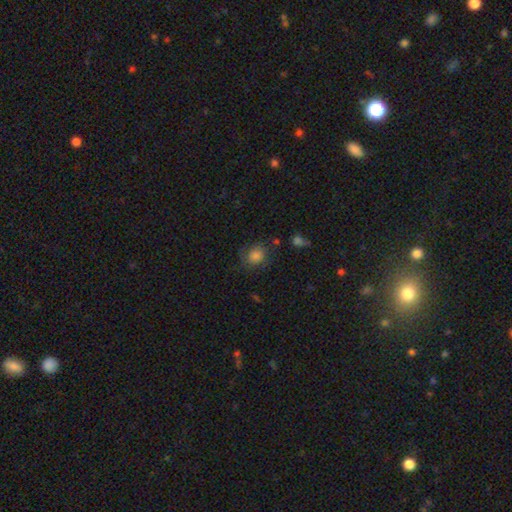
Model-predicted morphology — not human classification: Smooth or featured? smooth (76%)
How rounded? round (68%)
Merging? none (63%)